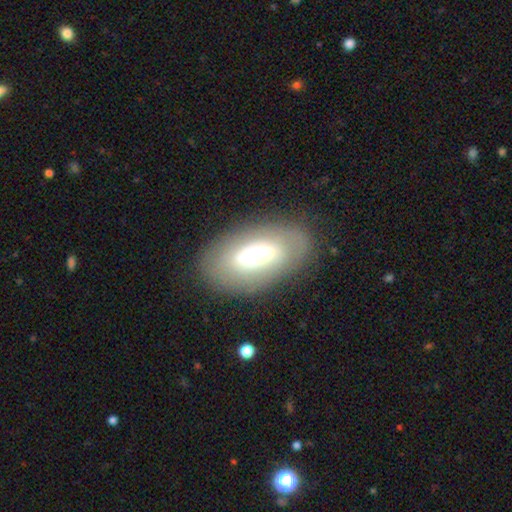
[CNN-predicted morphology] Smooth or featured?
  - smooth: 52% *
  - featured or disk: 40%
  - star or artifact: 8%
How rounded?
  - in between: 91% *
  - round: 5%
  - cigar-shaped: 4%
Merging?
  - none: 78% *
  - minor disturbance: 14%
  - major disturbance: 6%
  - merger: 2%